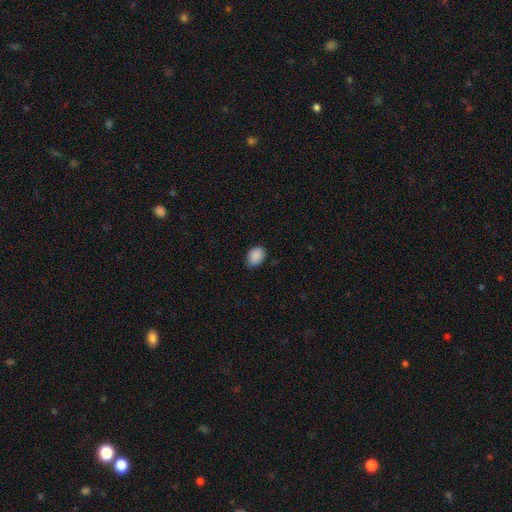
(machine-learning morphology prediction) smooth_or_featured: smooth (p=0.89) [alt: star or artifact p=0.08]
how_rounded: in between (p=0.75) [alt: round p=0.24]
merging: none (p=0.76) [alt: minor disturbance p=0.20]